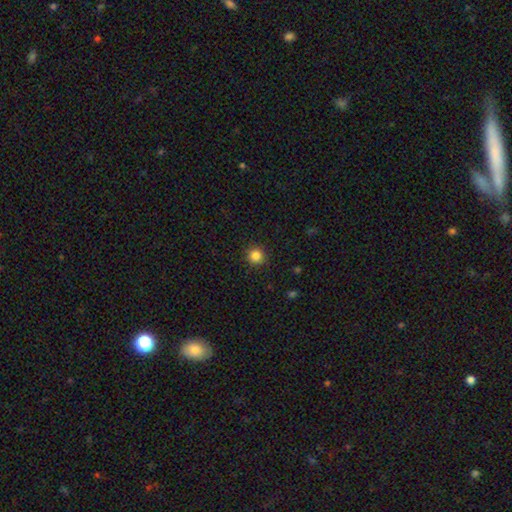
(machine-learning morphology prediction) A smooth galaxy with no disk features (84%) that is round (94%).

Vote fractions:
- Smooth or featured? smooth: 84% / star or artifact: 12% / featured or disk: 4%
- How rounded? round: 94% / in between: 5% / cigar-shaped: 1%
- Merging? none: 91% / minor disturbance: 6% / major disturbance: 2% / merger: 1%